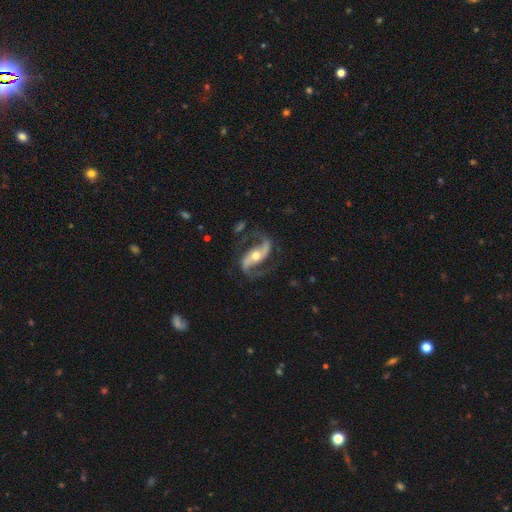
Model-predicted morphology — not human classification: A featured or disk galaxy (90%) with a strong bar (43%), 2 (94%) loose (55%) spiral arms (97%) and a moderate central bulge (69%).

Vote fractions:
- Smooth or featured? featured or disk: 90% / smooth: 6% / star or artifact: 4%
- Edge-on disk? no: 95% / yes: 5%
- Bar? strong: 43% / no: 30% / weak: 28%
- Spiral arms? yes: 97% / no: 3%
- Spiral winding? loose: 55% / medium: 36% / tight: 9%
- Spiral arm count? 2: 94% / 1: 2% / can't tell: 2% / 3: 1% / 4: 1% / more than 4: 1%
- Bulge size? moderate: 69% / small: 21% / large: 7% / none: 1% / dominant: 1%
- Merging? none: 75% / minor disturbance: 14% / major disturbance: 9% / merger: 2%